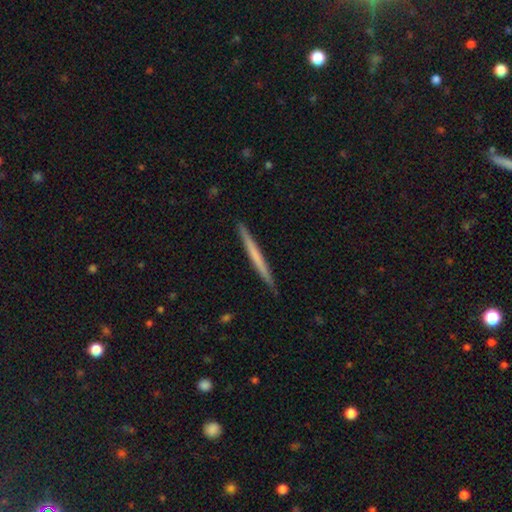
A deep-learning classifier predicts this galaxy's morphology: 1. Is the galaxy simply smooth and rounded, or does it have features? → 50% smooth, 45% featured or disk, 5% star or artifact.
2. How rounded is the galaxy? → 97% cigar-shaped, 1% in between, 1% round.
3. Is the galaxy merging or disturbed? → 92% none, 6% minor disturbance, 1% major disturbance, 1% merger.